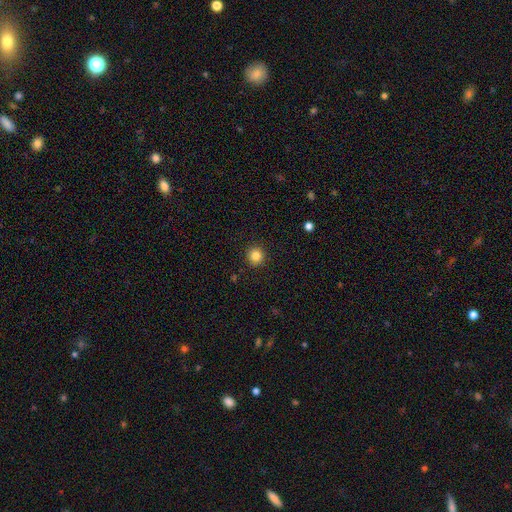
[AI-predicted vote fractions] Smooth or featured?
  - smooth: 85% *
  - star or artifact: 11%
  - featured or disk: 4%
How rounded?
  - round: 95% *
  - in between: 5%
  - cigar-shaped: 1%
Merging?
  - none: 92% *
  - minor disturbance: 5%
  - major disturbance: 2%
  - merger: 1%